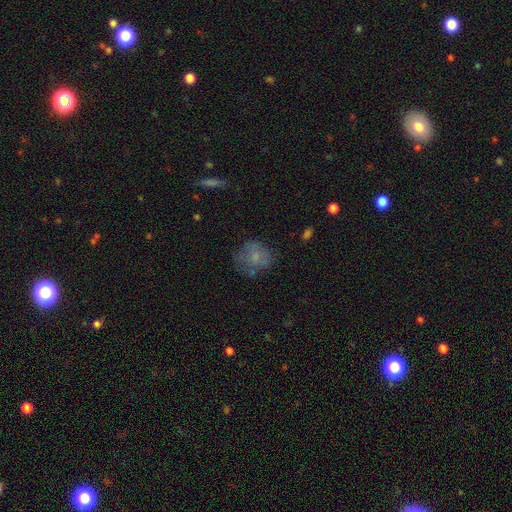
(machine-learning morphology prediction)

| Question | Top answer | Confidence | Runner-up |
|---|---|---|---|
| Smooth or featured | smooth | 65% | featured or disk (24%) |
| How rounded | round | 69% | in between (29%) |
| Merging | none | 55% | minor disturbance (24%) |